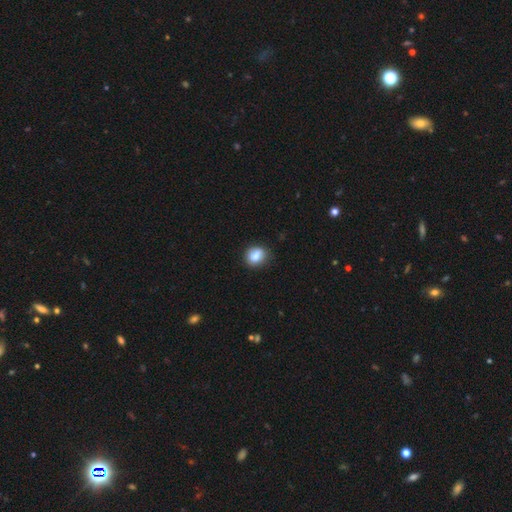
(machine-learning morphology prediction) smooth_or_featured: smooth (p=0.80) [alt: featured or disk p=0.12]
how_rounded: round (p=0.60) [alt: in between p=0.39]
merging: none (p=0.77) [alt: minor disturbance p=0.16]